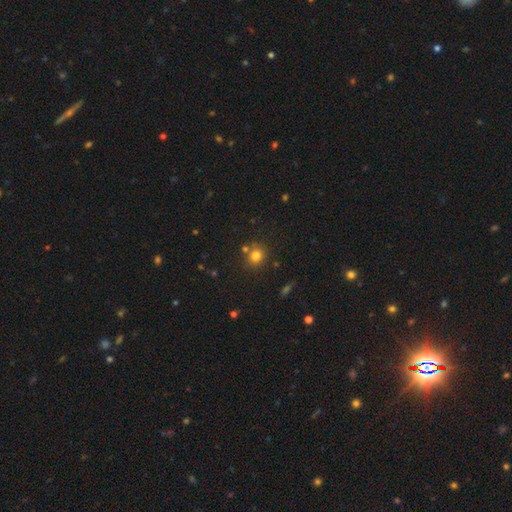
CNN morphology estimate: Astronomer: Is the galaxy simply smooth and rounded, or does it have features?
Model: smooth — 78%.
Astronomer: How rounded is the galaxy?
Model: round — 84%.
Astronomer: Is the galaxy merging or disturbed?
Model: none — 71%.